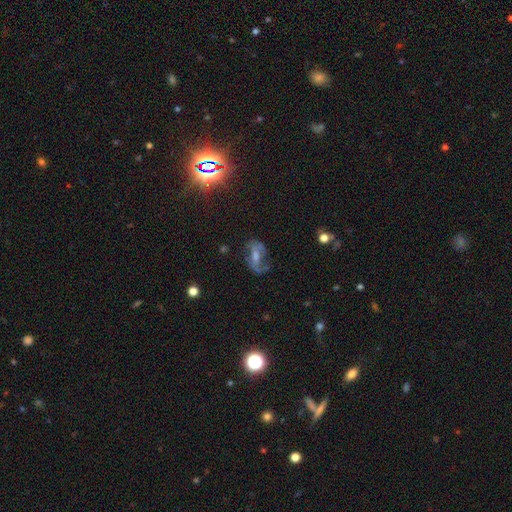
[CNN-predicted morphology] Smooth or featured?
  - featured or disk: 61% *
  - star or artifact: 22%
  - smooth: 17%
Edge-on disk?
  - no: 93% *
  - yes: 7%
Bar?
  - weak: 41% *
  - no: 34%
  - strong: 25%
Spiral arms?
  - yes: 78% *
  - no: 22%
Bulge size?
  - moderate: 49% *
  - small: 33%
  - none: 9%
  - large: 8%
  - dominant: 2%
Merging?
  - none: 62% *
  - minor disturbance: 19%
  - major disturbance: 16%
  - merger: 3%